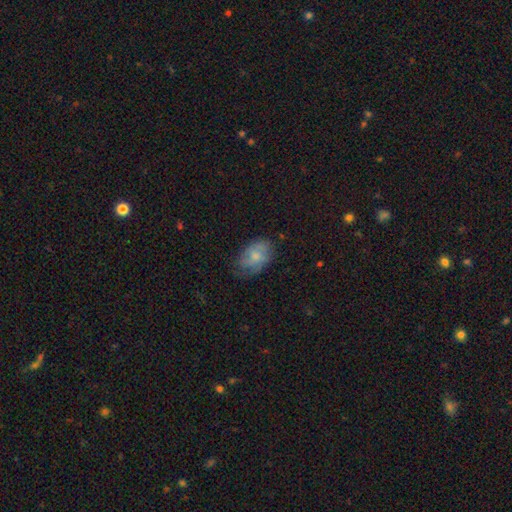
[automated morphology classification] A smooth galaxy with no disk features (58%) that is in between round and cigar-shaped (86%). Merging: none (56%).